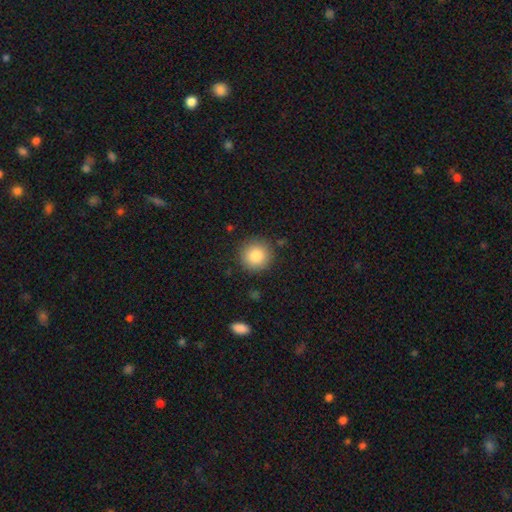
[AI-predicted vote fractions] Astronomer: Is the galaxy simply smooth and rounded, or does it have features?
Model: smooth — 86%.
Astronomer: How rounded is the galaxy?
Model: round — 94%.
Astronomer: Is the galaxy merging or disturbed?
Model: none — 88%.